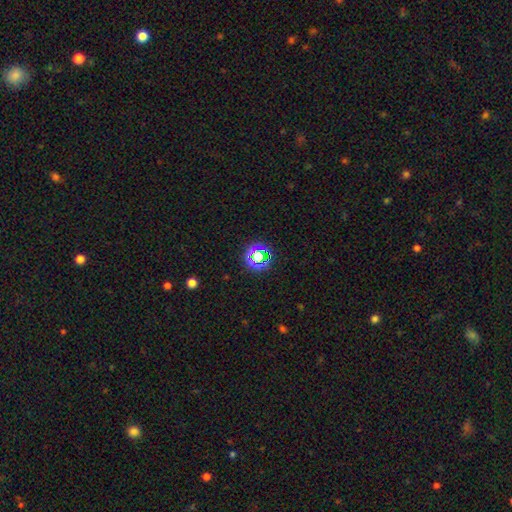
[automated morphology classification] Smooth or featured?
  - star or artifact: 63% *
  - smooth: 27%
  - featured or disk: 10%